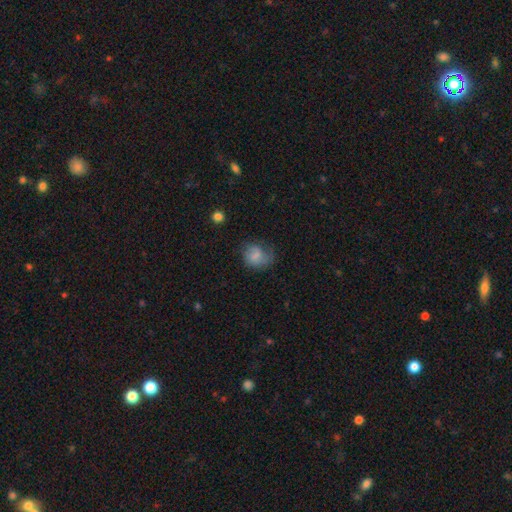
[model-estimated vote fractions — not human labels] The model was most divided on "merging": none: 47%, minor disturbance: 30%, major disturbance: 21%, merger: 2%. More confident: smooth or featured — smooth (70%); how rounded — round (58%).